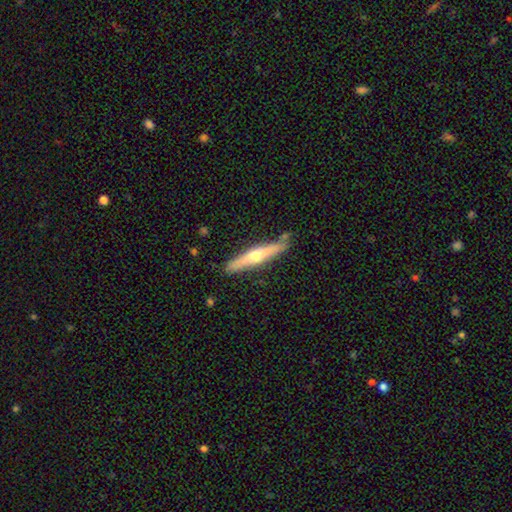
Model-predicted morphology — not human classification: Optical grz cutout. It shows a featured or disk galaxy (56%) viewed edge-on (94%) with a rounded central bulge (88%). Merging: none (81%).